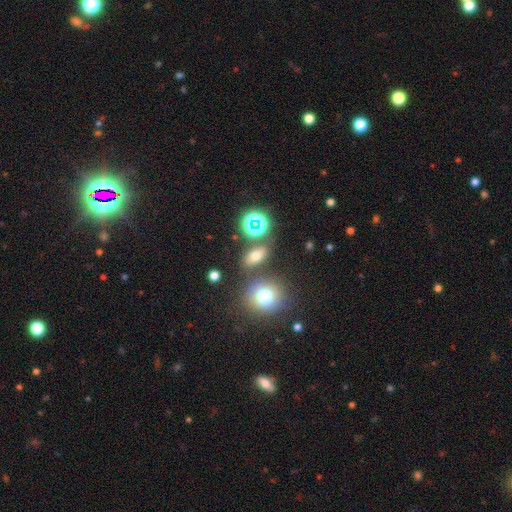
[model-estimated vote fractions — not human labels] This appears to be a smooth galaxy with no disk features (58%) that is in between round and cigar-shaped (69%). Merging: none (78%).